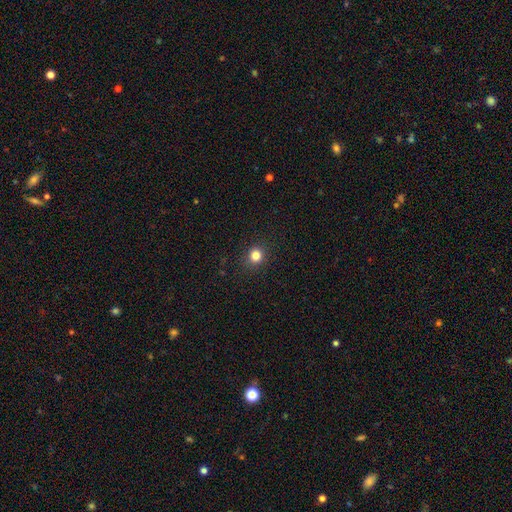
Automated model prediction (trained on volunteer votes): The model was most divided on "smooth or featured": smooth: 82%, star or artifact: 13%, featured or disk: 5%. More confident: merging — none (90%); how rounded — round (87%).